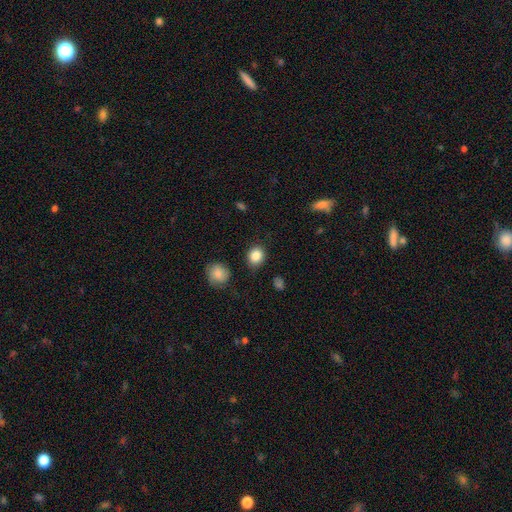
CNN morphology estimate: type=smooth (86%); roundness=round (68%); merging=none (84%).